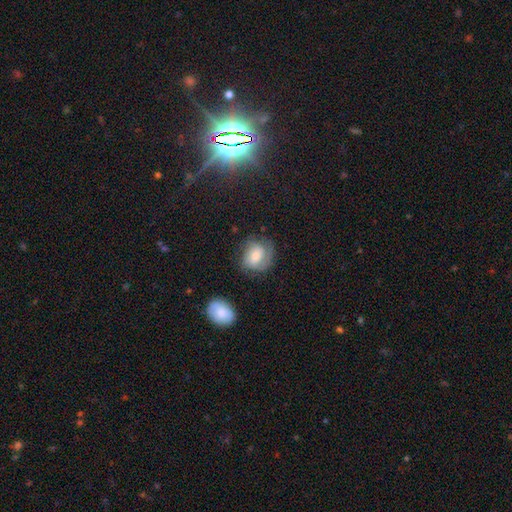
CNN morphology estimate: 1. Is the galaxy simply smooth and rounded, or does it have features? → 52% featured or disk, 40% smooth, 8% star or artifact.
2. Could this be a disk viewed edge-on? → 96% no, 4% yes.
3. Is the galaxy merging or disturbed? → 63% none, 22% minor disturbance, 13% major disturbance, 3% merger.